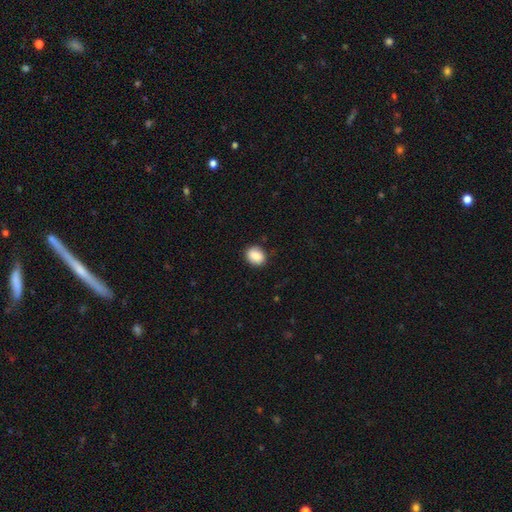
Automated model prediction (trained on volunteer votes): A smooth galaxy with no disk features (86%) that is round (64%). Merging: none (87%).